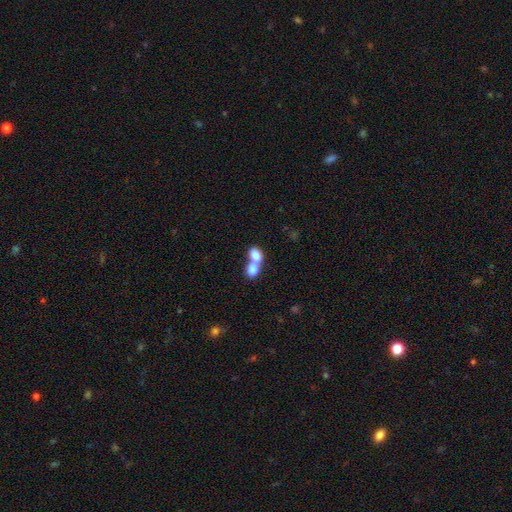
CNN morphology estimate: smooth-or-featured: smooth: 79% | featured or disk: 13% | star or artifact: 8%
  how-rounded: in between: 71% | round: 28% | cigar-shaped: 2%
  merging: merger: 74% | none: 18% | minor disturbance: 5% | major disturbance: 3%